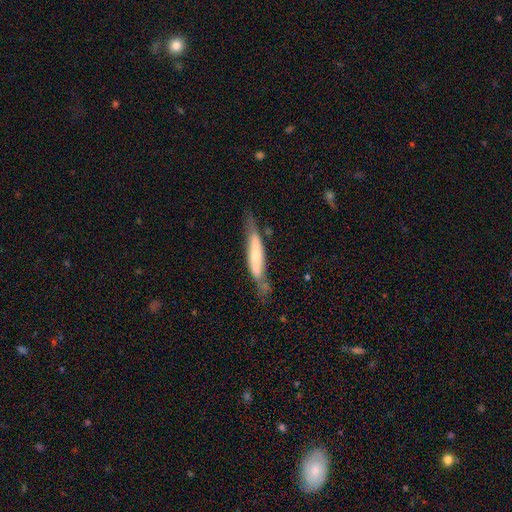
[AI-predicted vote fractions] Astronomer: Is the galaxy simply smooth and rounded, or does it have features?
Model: featured or disk — 50% (runner-up: smooth, 44%).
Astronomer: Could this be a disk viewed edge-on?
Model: yes — 70%.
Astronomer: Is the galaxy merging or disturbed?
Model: none — 60%.